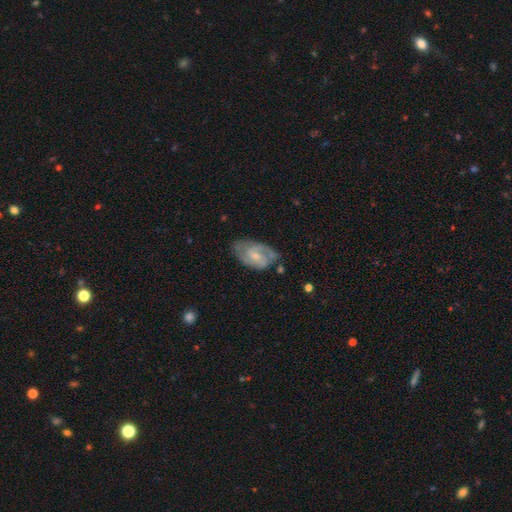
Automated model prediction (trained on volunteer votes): Morphology: type=featured or disk (73%); edge-on=no (96%); bar=no (48%); spiral arms=yes (89%); winding=medium (46%); arm count=2 (63%); bulge=small (56%); merging=none (61%).